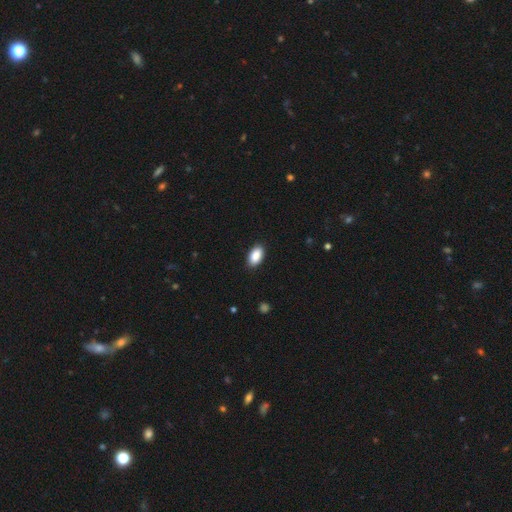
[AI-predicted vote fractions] This is clearly a smooth galaxy (90%). How rounded: clearly in between (94%). Merging: clearly none (89%).